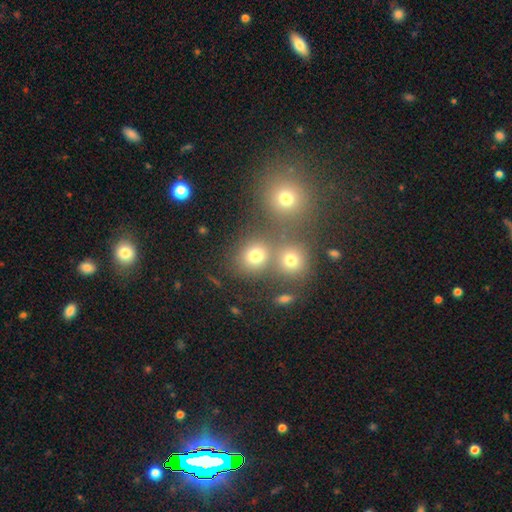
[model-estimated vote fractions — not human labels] Overall: smooth (74%). How rounded: round (79%). Merging: none (61%; merger 27%).